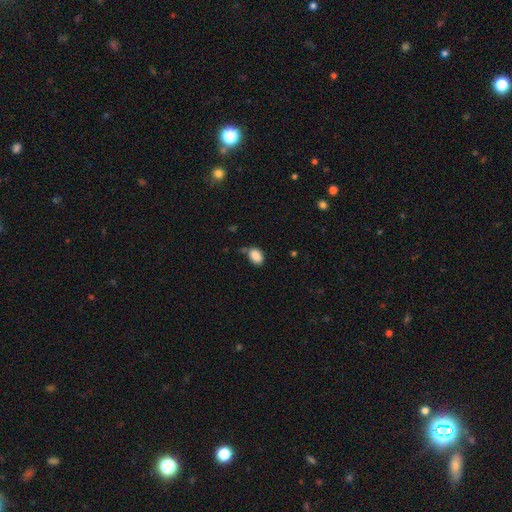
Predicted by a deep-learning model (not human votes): smooth 88%, star or artifact 8%, featured or disk 4%. Down the decision tree: how rounded — in between (81%); merging — none (65%).